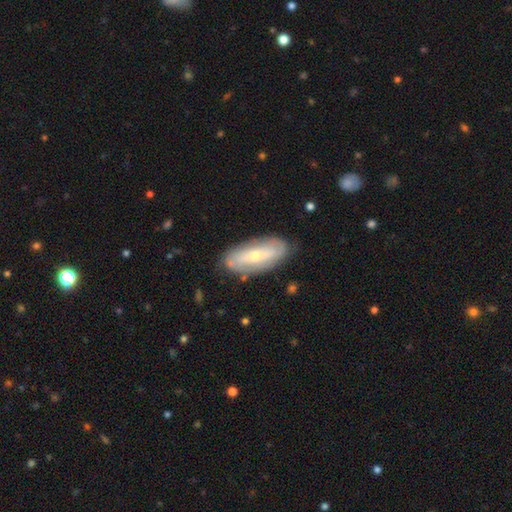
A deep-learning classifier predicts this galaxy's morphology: featured or disk 55%, smooth 39%, star or artifact 6%. Down the decision tree: edge-on disk — no (82%); merging — none (81%).